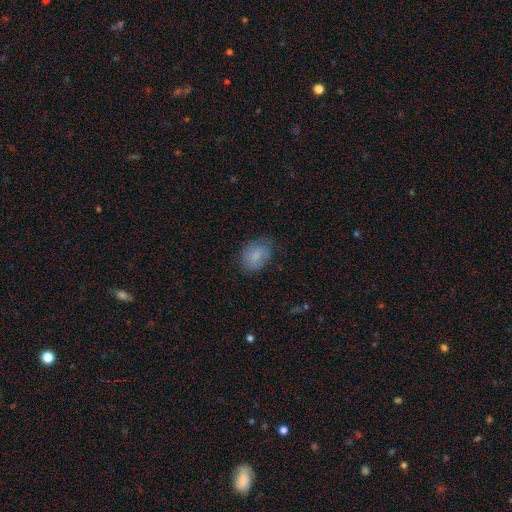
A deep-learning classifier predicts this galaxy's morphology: A smooth galaxy with no disk features (79%) that is in between round and cigar-shaped (65%). Merging: none (65%).